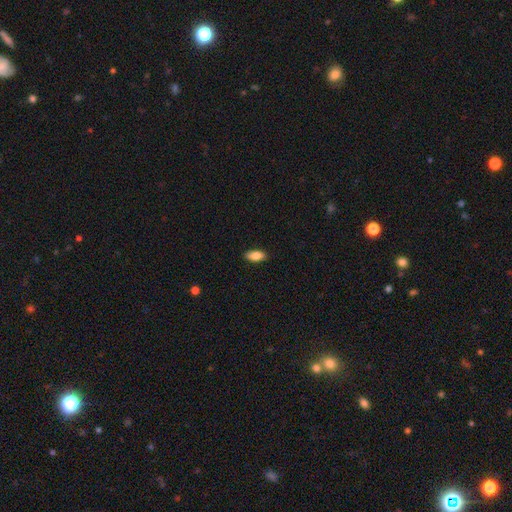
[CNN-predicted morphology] smooth-or-featured: smooth: 84% | featured or disk: 9% | star or artifact: 7%
  how-rounded: in between: 85% | cigar-shaped: 13% | round: 3%
  merging: none: 88% | minor disturbance: 9% | major disturbance: 2% | merger: 1%